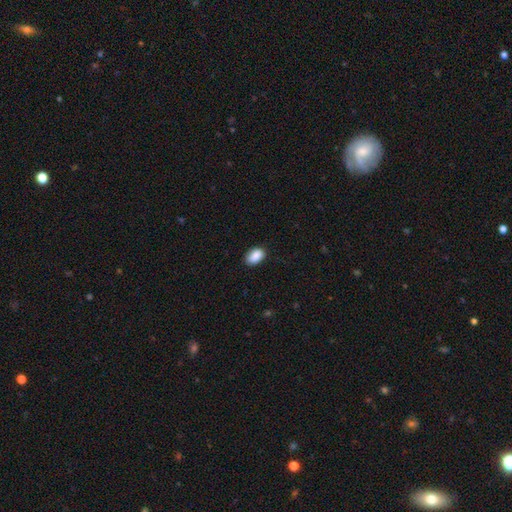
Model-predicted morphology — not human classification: Smooth or featured?
  - smooth: 89% *
  - star or artifact: 7%
  - featured or disk: 4%
How rounded?
  - in between: 89% *
  - round: 10%
  - cigar-shaped: 1%
Merging?
  - none: 81% *
  - minor disturbance: 15%
  - major disturbance: 2%
  - merger: 1%